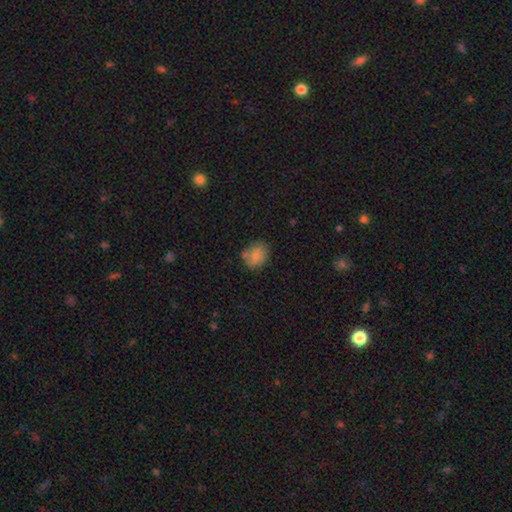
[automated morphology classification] A smooth galaxy with no disk features (80%) that is round (50%). Merging: none (67%).